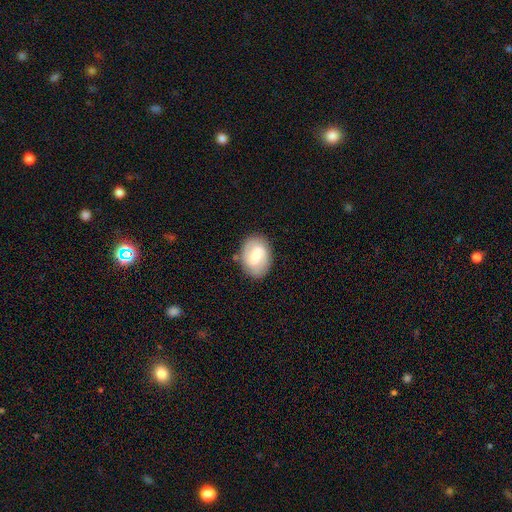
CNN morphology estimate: Smooth or featured? featured or disk (49%)
Merging? none (80%)